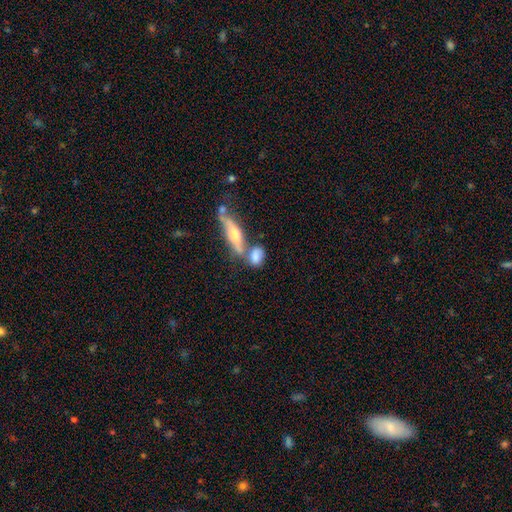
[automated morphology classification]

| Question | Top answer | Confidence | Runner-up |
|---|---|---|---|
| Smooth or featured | smooth | 67% | featured or disk (24%) |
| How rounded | in between | 67% | cigar-shaped (16%) |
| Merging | none | 42% | merger (39%) |